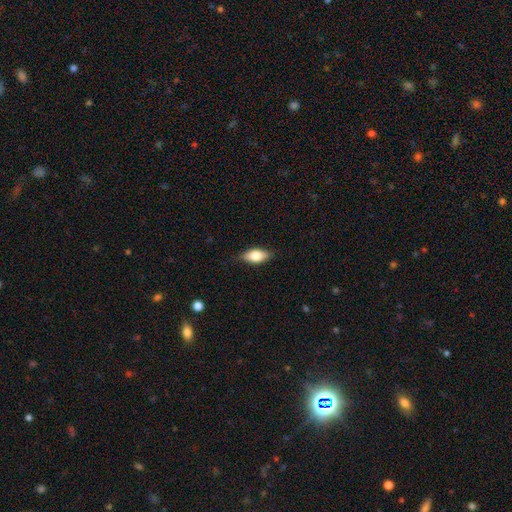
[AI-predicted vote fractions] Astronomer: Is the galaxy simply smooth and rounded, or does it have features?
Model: smooth — 70%.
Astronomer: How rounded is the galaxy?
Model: in between — 84%.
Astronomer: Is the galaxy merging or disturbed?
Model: none — 80%.